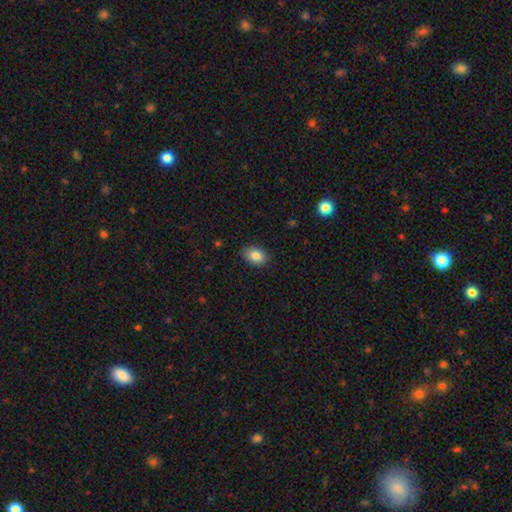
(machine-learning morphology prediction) type=smooth (84%); roundness=in between (82%); merging=none (86%).